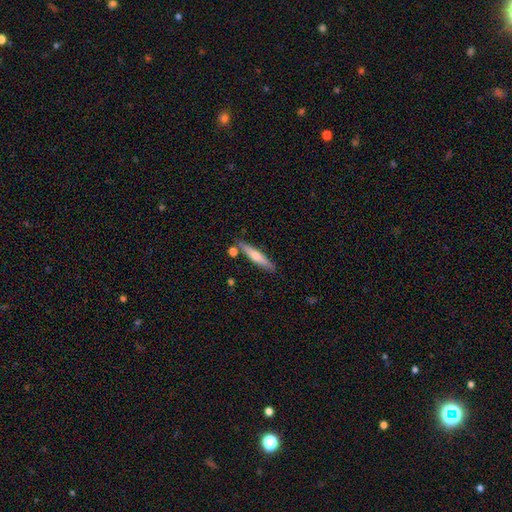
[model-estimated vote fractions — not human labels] This is possibly a smooth galaxy (59%). How rounded: clearly cigar-shaped (89%). Merging: clearly none (81%).